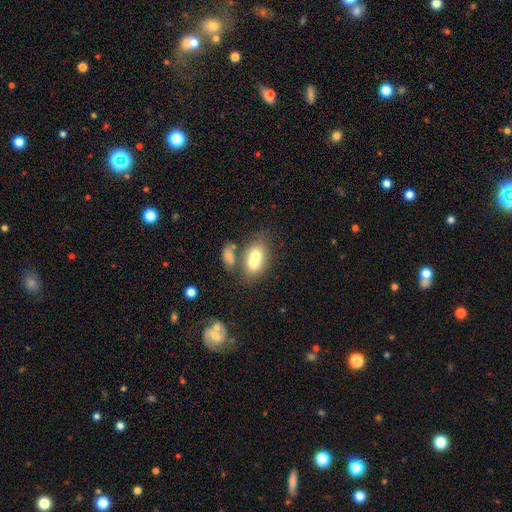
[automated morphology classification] smooth_or_featured: smooth (p=0.65) [alt: featured or disk p=0.26]
how_rounded: in between (p=0.68) [alt: round p=0.30]
merging: merger (p=0.64) [alt: none p=0.24]